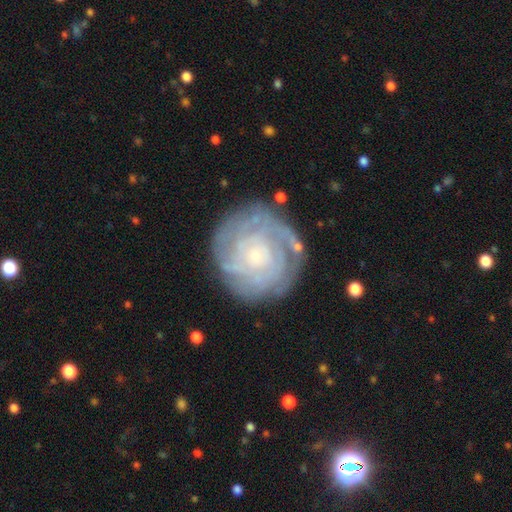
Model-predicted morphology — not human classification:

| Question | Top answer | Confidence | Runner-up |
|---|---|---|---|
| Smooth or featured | featured or disk | 78% | smooth (15%) |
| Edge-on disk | no | 98% | yes (2%) |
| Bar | no | 78% | weak (18%) |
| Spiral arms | yes | 89% | no (11%) |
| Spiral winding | tight | 79% | medium (17%) |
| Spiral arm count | can't tell | 46% | 3 (14%) |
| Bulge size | small | 65% | moderate (23%) |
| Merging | none | 78% | minor disturbance (14%) |